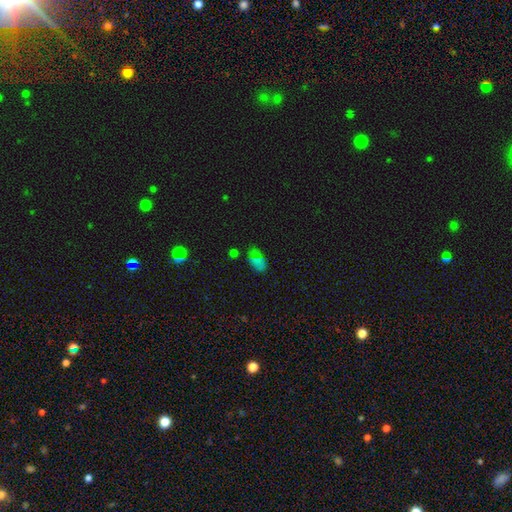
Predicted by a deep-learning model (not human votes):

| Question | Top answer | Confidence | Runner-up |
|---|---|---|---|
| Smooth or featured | smooth | 48% | star or artifact (33%) |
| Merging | none | 61% | minor disturbance (23%) |